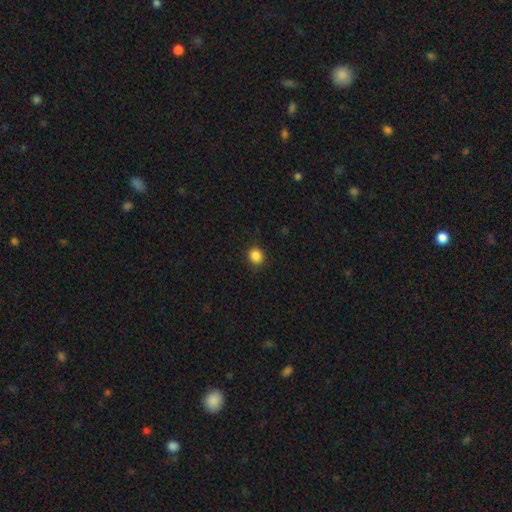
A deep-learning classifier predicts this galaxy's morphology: This appears to be a smooth galaxy with no disk features (87%) that is round (84%). Merging: none (90%).